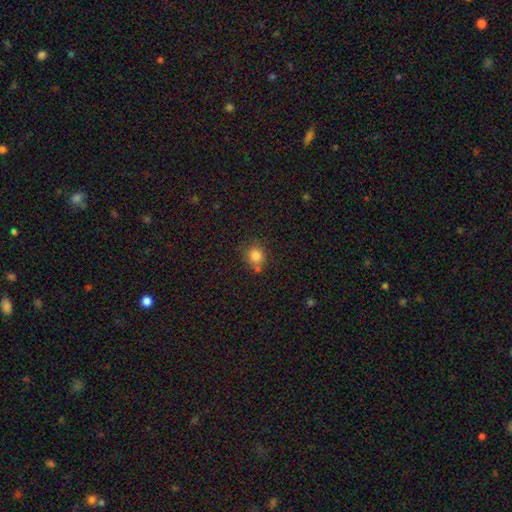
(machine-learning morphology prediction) Smooth or featured? smooth (82%)
How rounded? round (83%)
Merging? none (66%)